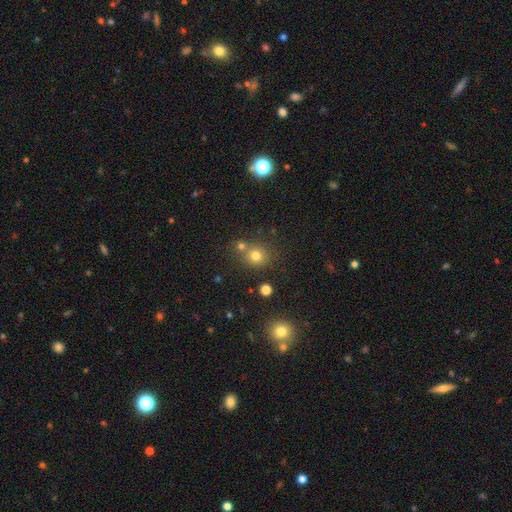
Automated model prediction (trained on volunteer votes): A smooth galaxy with no disk features (74%) that is round (84%).

Vote fractions:
- Smooth or featured? smooth: 74% / star or artifact: 17% / featured or disk: 9%
- How rounded? round: 84% / in between: 15% / cigar-shaped: 1%
- Merging? none: 65% / merger: 23% / minor disturbance: 9% / major disturbance: 3%